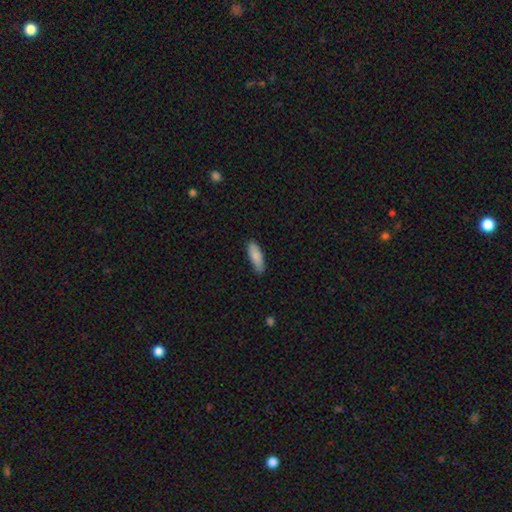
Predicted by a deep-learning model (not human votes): Overall: smooth (87%). How rounded: in between (56%; cigar-shaped 42%). Merging: none (81%).